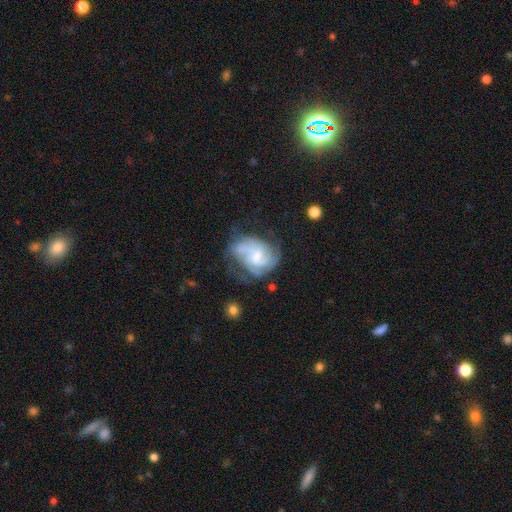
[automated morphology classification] Smooth or featured? featured or disk (75%)
Edge-on disk? no (98%)
Bar? no (50%)
Spiral arms? yes (89%)
Spiral winding? medium (43%)
Spiral arm count? can't tell (29%)
Bulge size? small (48%)
Merging? none (44%)